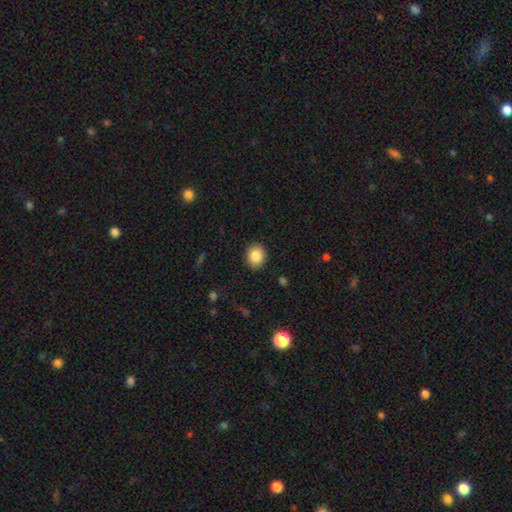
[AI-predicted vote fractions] smooth-or-featured: smooth: 86% | star or artifact: 9% | featured or disk: 6%
  how-rounded: round: 63% | in between: 36% | cigar-shaped: 1%
  merging: none: 90% | minor disturbance: 7% | major disturbance: 2% | merger: 1%